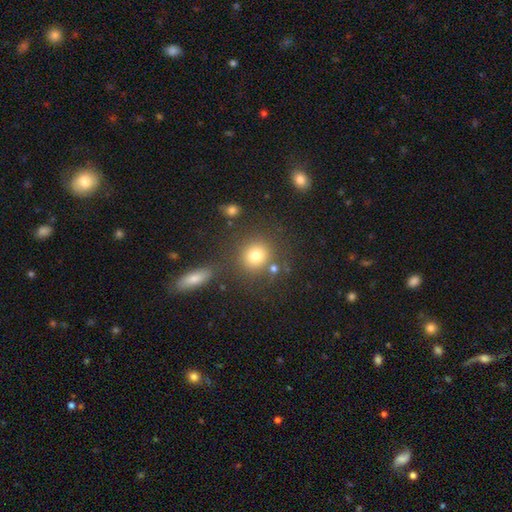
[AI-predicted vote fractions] Morphology: type=smooth (78%); roundness=round (85%); merging=none (75%).